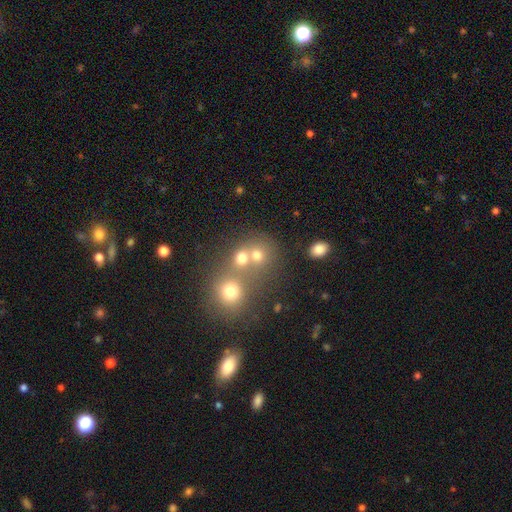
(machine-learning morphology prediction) type=smooth (63%); roundness=round (78%); merging=none (45%).